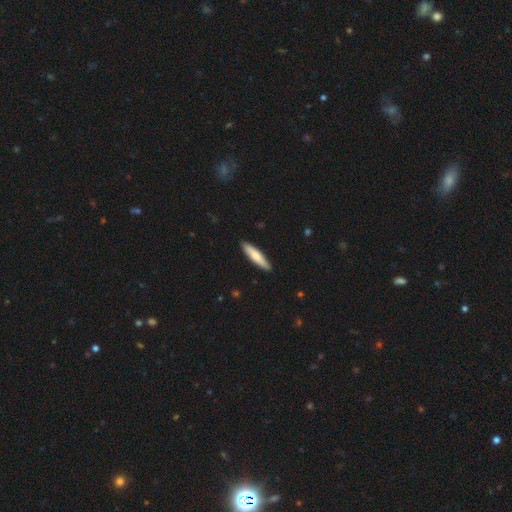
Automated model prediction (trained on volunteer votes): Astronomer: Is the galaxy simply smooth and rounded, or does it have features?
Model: smooth — 76%.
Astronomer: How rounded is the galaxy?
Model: cigar-shaped — 82%.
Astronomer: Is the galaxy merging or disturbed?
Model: none — 90%.